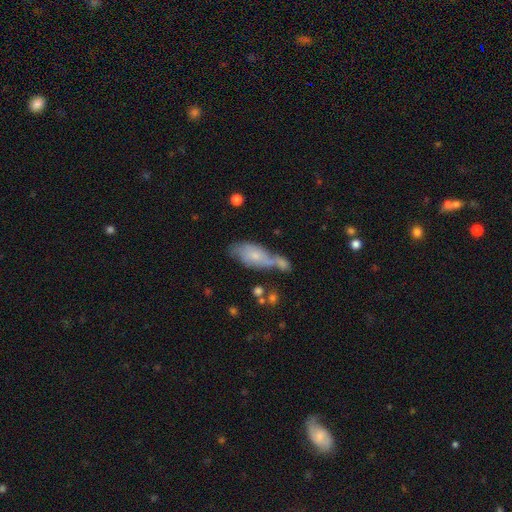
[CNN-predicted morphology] Smooth or featured: smooth — 55% (featured or disk — 37%)
How rounded: in between — 80% (cigar-shaped — 16%)
Merging: merger — 36% (none — 31%)